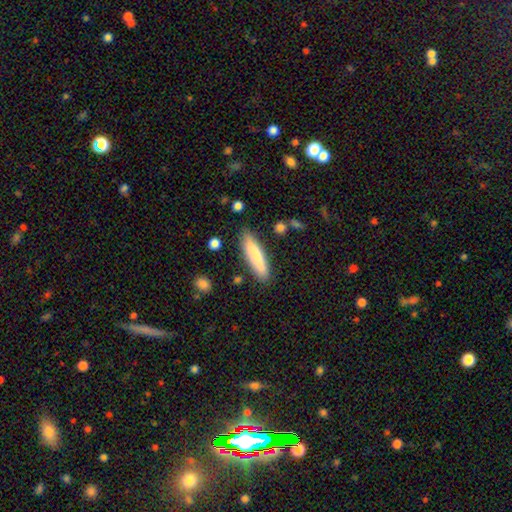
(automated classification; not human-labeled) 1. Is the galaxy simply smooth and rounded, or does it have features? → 79% smooth, 15% featured or disk, 6% star or artifact.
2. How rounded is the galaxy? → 79% cigar-shaped, 19% in between, 1% round.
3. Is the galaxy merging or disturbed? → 85% none, 11% minor disturbance, 2% merger, 2% major disturbance.